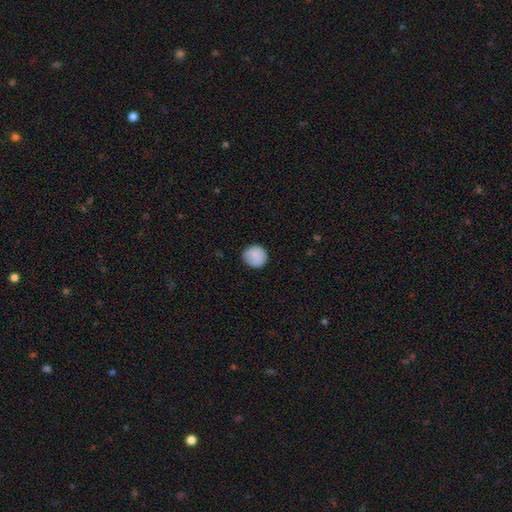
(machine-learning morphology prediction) smooth 87%, star or artifact 7%, featured or disk 6%. Down the decision tree: how rounded — round (92%); merging — none (85%).